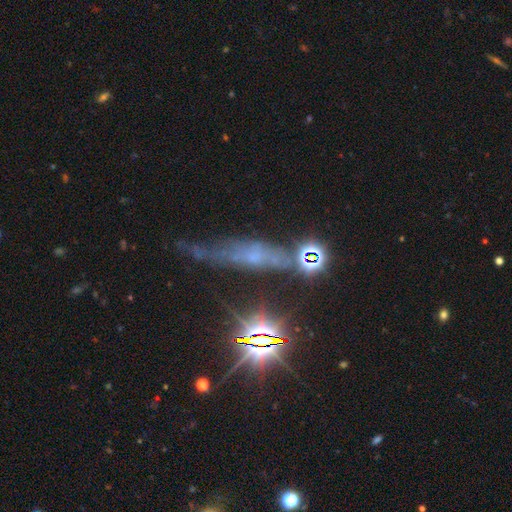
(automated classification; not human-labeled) Morphology: type=star or artifact (40%).